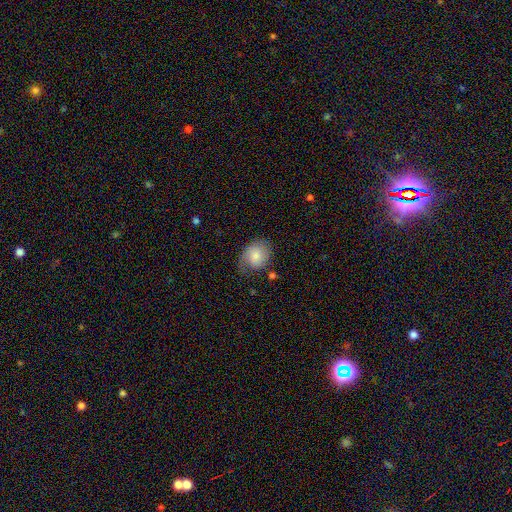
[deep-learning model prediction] Smooth or featured? Predicted: smooth (p=0.74). How rounded? Predicted: in between (p=0.52). Merging? Predicted: none (p=0.56).